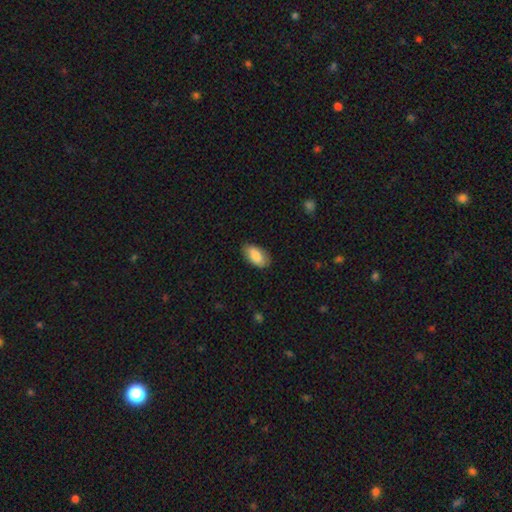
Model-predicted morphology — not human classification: A smooth galaxy with no disk features (85%) that is in between round and cigar-shaped (93%).

Vote fractions:
- Smooth or featured? smooth: 85% / featured or disk: 9% / star or artifact: 6%
- How rounded? in between: 93% / cigar-shaped: 5% / round: 3%
- Merging? none: 83% / minor disturbance: 13% / major disturbance: 3% / merger: 1%